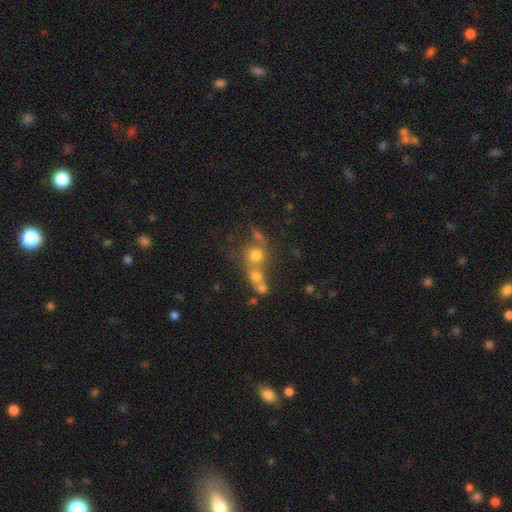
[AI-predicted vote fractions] Smooth or featured? Predicted: smooth (p=0.64). How rounded? Predicted: round (p=0.83). Merging? Predicted: merger (p=0.45).